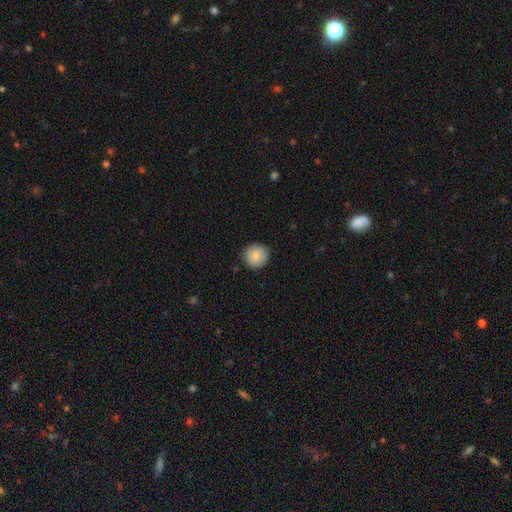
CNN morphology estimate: Smooth or featured?
  - smooth: 81% *
  - featured or disk: 12%
  - star or artifact: 7%
How rounded?
  - round: 92% *
  - in between: 7%
  - cigar-shaped: 1%
Merging?
  - none: 88% *
  - minor disturbance: 9%
  - major disturbance: 2%
  - merger: 1%